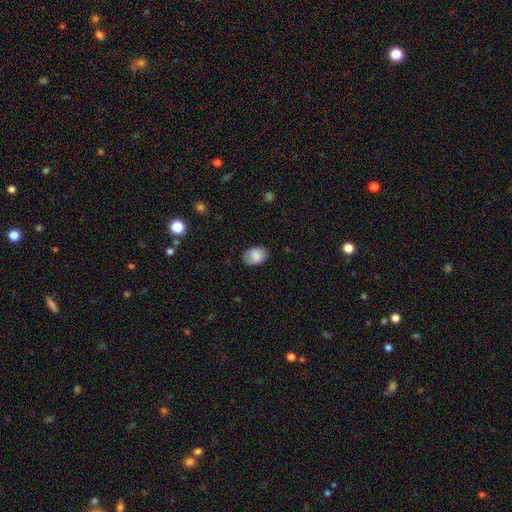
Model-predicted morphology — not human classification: This appears to be a smooth galaxy with no disk features (84%) that is in between round and cigar-shaped (84%). Merging: none (81%).